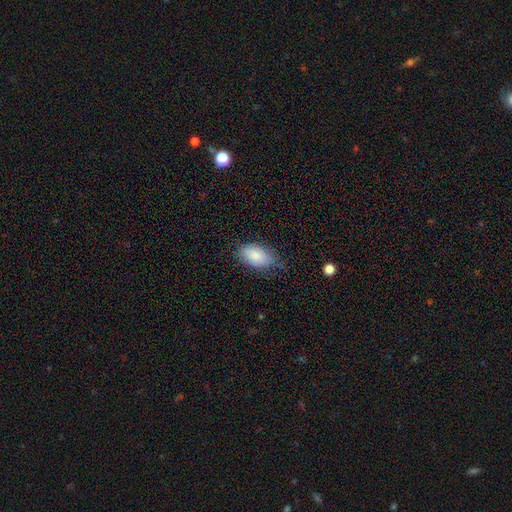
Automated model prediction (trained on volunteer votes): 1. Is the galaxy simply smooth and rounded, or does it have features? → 86% smooth, 8% featured or disk, 6% star or artifact.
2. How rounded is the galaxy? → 94% in between, 4% round, 2% cigar-shaped.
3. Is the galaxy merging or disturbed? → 73% none, 22% minor disturbance, 5% major disturbance, 1% merger.